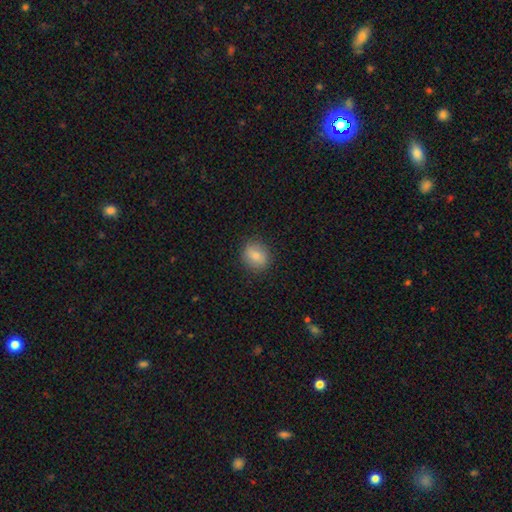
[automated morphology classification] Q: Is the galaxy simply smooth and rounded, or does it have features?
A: smooth — 82%.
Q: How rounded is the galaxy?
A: round — 67%.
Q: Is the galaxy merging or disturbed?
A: none — 87%.